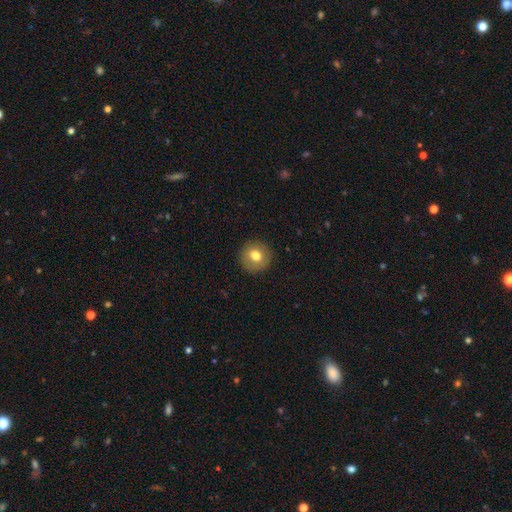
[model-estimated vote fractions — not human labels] smooth-or-featured: smooth: 75% | featured or disk: 17% | star or artifact: 9%
  how-rounded: round: 93% | in between: 6% | cigar-shaped: 1%
  merging: none: 90% | minor disturbance: 6% | major disturbance: 2% | merger: 1%